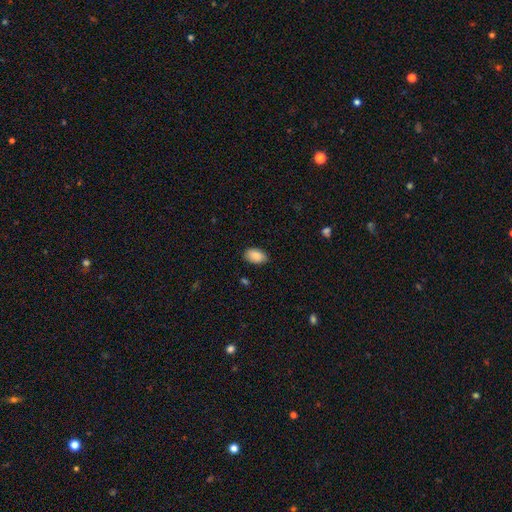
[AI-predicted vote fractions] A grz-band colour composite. It shows a smooth galaxy with no disk features (87%) that is in between round and cigar-shaped (92%). Merging: none (81%).